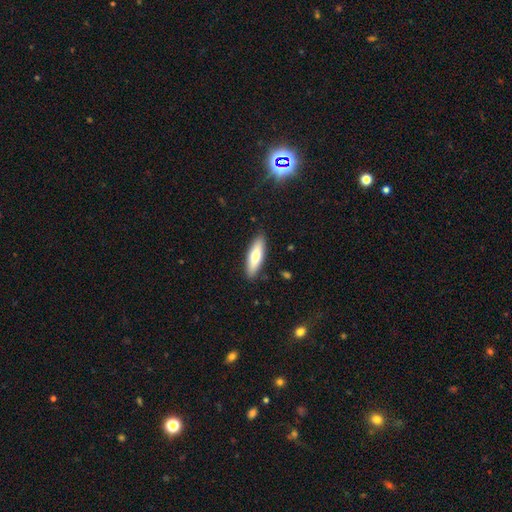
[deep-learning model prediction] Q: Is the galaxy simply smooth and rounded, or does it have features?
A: smooth — 69%.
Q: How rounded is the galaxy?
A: cigar-shaped — 53%.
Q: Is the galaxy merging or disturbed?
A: none — 89%.